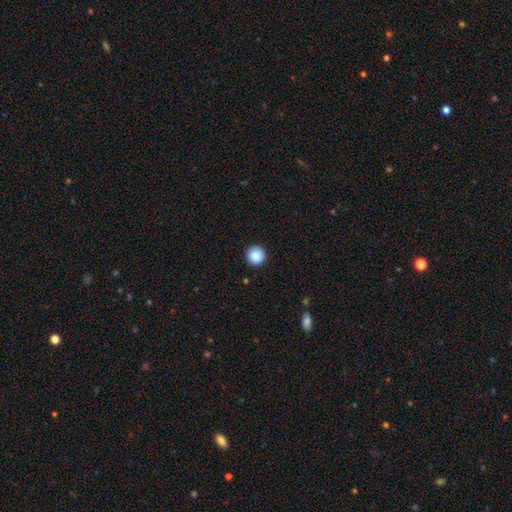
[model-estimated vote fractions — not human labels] Overall: smooth (89%). How rounded: round (96%). Merging: none (93%).